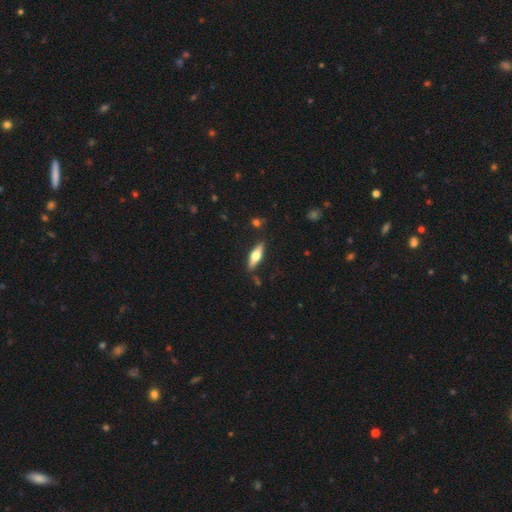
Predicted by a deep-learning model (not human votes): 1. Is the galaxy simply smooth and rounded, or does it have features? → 47% smooth (tied), 47% featured or disk (tied), 6% star or artifact.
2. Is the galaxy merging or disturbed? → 86% none, 10% minor disturbance, 2% major disturbance, 2% merger.